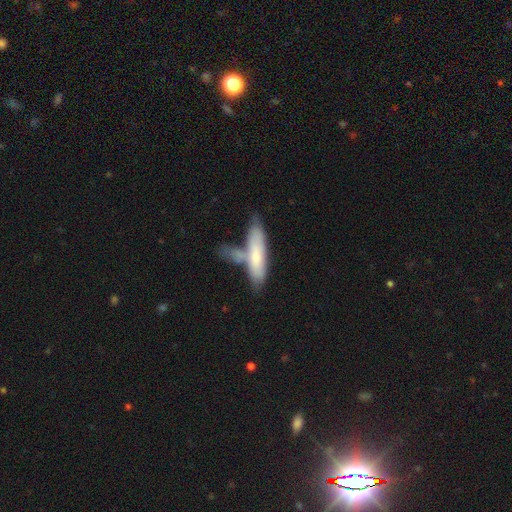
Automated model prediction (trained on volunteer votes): smooth-or-featured: smooth: 69% | featured or disk: 26% | star or artifact: 5%
  how-rounded: cigar-shaped: 68% | in between: 30% | round: 2%
  merging: none: 41% | merger: 37% | minor disturbance: 16% | major disturbance: 7%